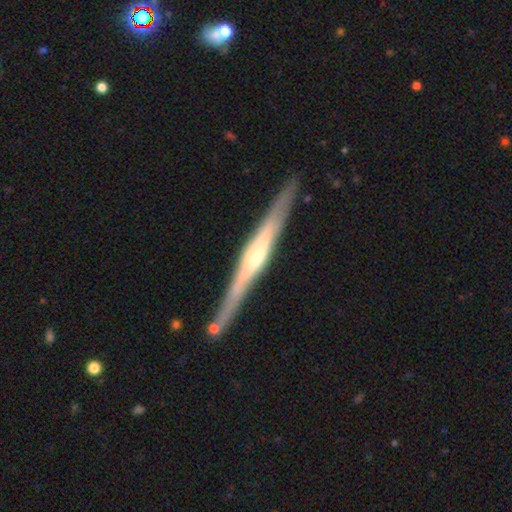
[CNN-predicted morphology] A featured or disk galaxy (74%) viewed edge-on (97%) with a rounded central bulge (53%).

Vote fractions:
- Smooth or featured? featured or disk: 74% / smooth: 21% / star or artifact: 5%
- Edge-on disk? yes: 97% / no: 3%
- Edge-on bulge? rounded: 53% / boxy: 25% / none: 22%
- Merging? none: 85% / minor disturbance: 10% / merger: 3% / major disturbance: 2%